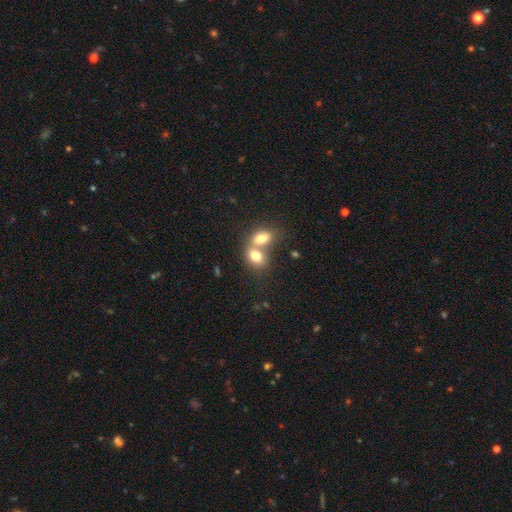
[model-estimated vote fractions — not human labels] smooth 77%, featured or disk 14%, star or artifact 9%. Down the decision tree: how rounded — in between (72%); merging — merger (68%).